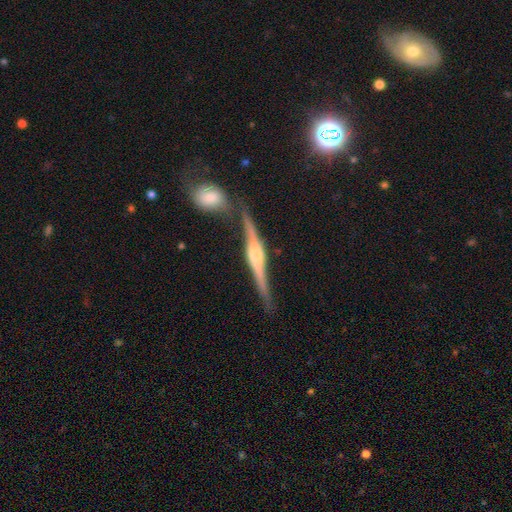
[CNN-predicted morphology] The model was most divided on "edge-on bulge": rounded: 77%, boxy: 18%, none: 5%. More confident: edge-on disk — yes (97%); smooth or featured — featured or disk (84%); merging — none (71%).